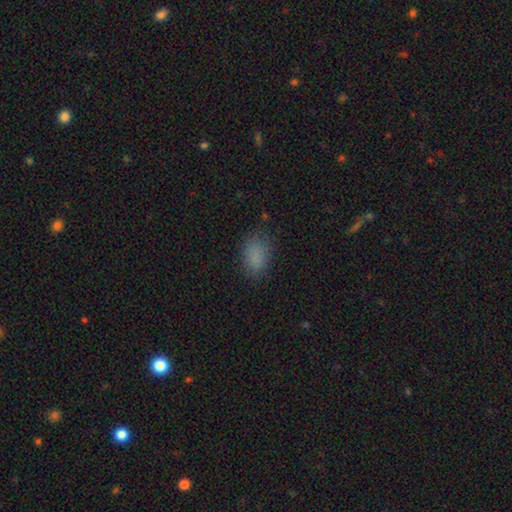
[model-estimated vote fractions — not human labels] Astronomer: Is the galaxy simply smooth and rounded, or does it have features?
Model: smooth — 83%.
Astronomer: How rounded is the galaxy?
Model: in between — 85%.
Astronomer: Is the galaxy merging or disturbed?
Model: none — 77%.